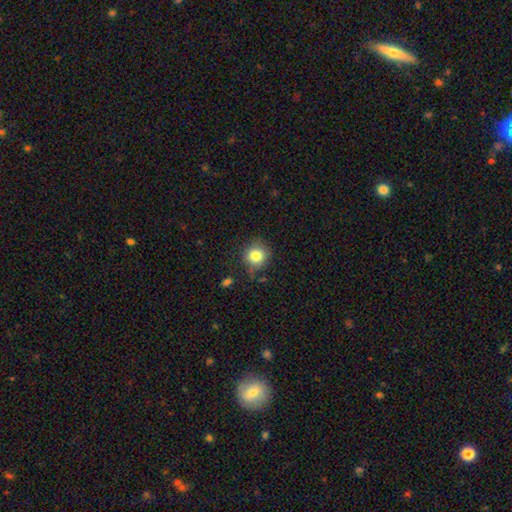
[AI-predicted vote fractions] Smooth or featured: smooth — 82% (star or artifact — 11%)
How rounded: round — 89% (in between — 10%)
Merging: none — 78% (minor disturbance — 15%)